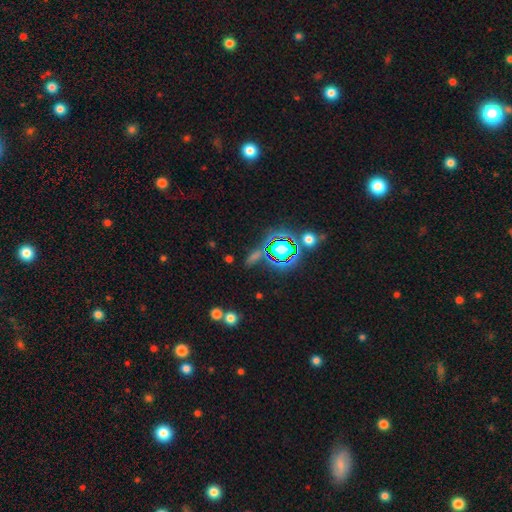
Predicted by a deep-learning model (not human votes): Overall: star or artifact (48%; smooth 37%).